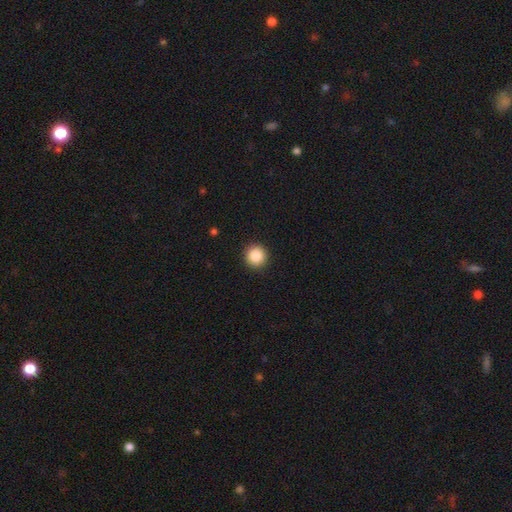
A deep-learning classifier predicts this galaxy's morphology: smooth-or-featured: smooth: 86% | star or artifact: 10% | featured or disk: 4%
  how-rounded: round: 95% | in between: 4% | cigar-shaped: 1%
  merging: none: 92% | minor disturbance: 5% | major disturbance: 2% | merger: 1%